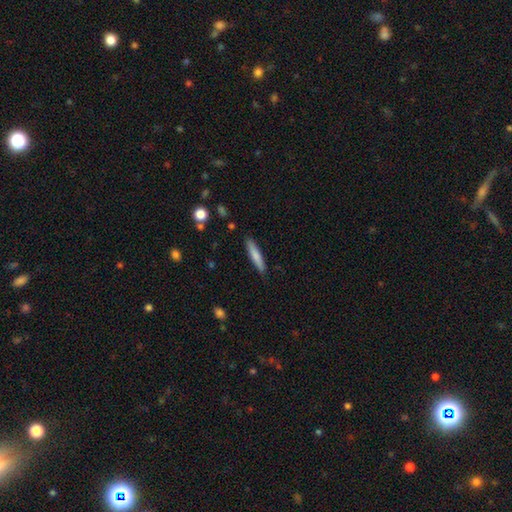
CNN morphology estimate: Overall: smooth (74%). How rounded: cigar-shaped (88%). Merging: none (88%).